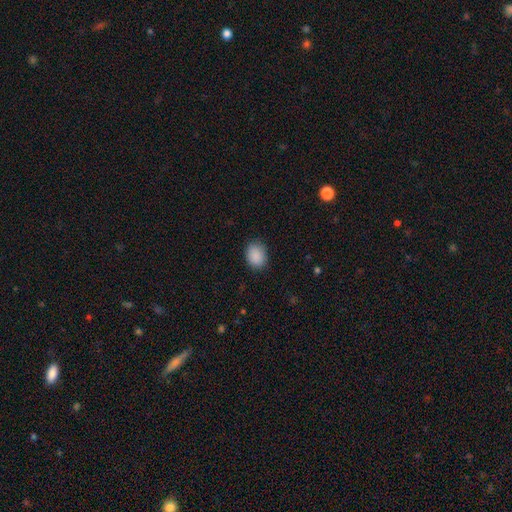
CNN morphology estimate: Smooth or featured? smooth (89%)
How rounded? in between (59%)
Merging? none (83%)